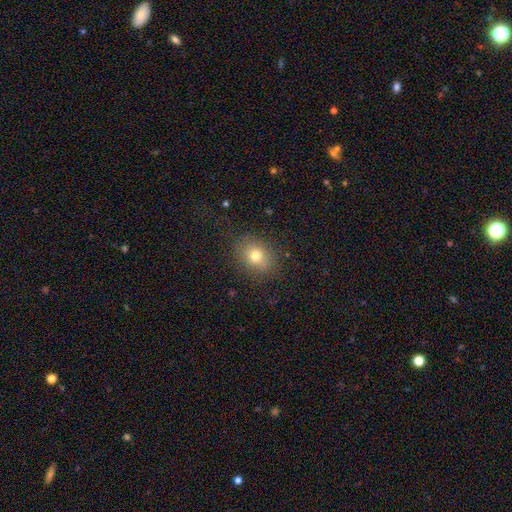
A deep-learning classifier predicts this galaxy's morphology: Q: Smooth or featured?
A: smooth (74%); runner-up: star or artifact (13%)
Q: How rounded?
A: in between (50%); runner-up: round (48%)
Q: Merging?
A: none (82%); runner-up: minor disturbance (12%)